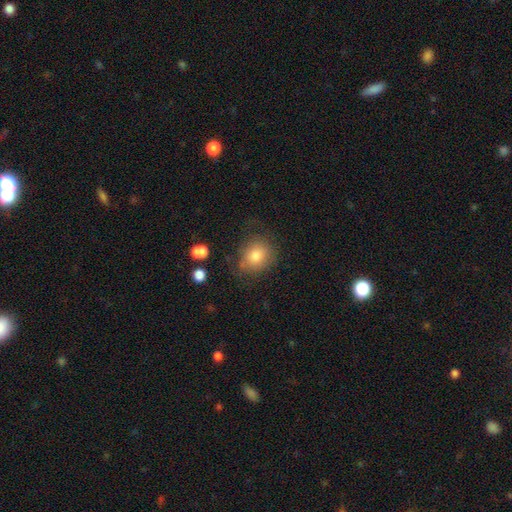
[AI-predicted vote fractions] Smooth or featured: smooth — 79% (featured or disk — 11%)
How rounded: round — 68% (in between — 31%)
Merging: none — 68% (minor disturbance — 21%)